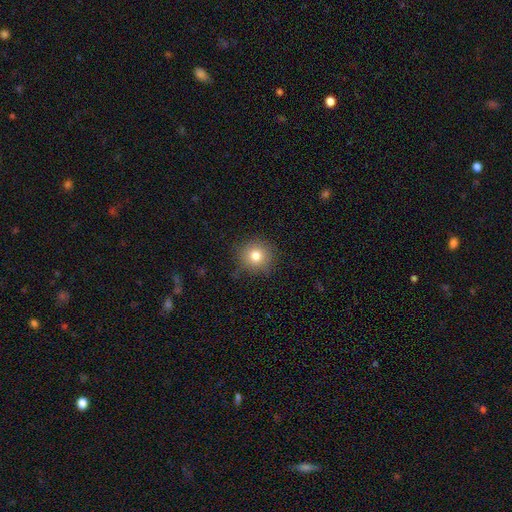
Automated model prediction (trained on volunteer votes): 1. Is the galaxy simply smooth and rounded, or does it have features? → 80% smooth, 12% star or artifact, 8% featured or disk.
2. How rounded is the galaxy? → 93% round, 6% in between, 1% cigar-shaped.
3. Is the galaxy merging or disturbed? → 85% none, 11% minor disturbance, 3% major disturbance, 1% merger.